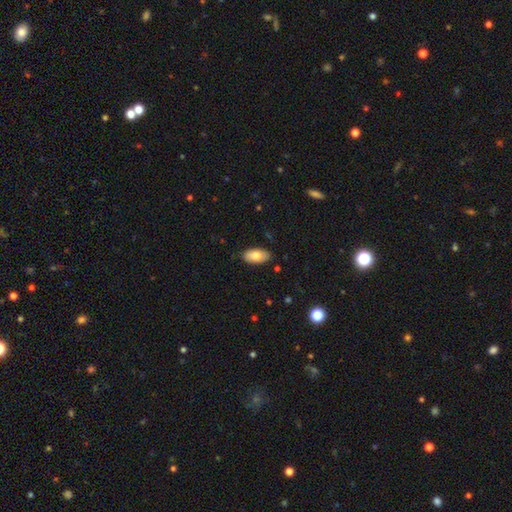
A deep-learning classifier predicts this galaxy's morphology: Smooth or featured? Predicted: smooth (p=0.83). How rounded? Predicted: in between (p=0.94). Merging? Predicted: none (p=0.86).